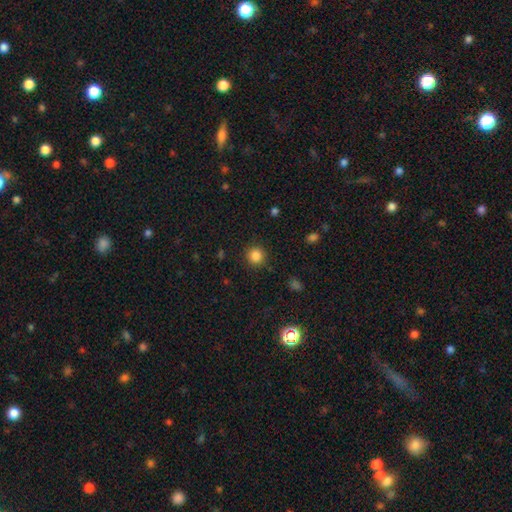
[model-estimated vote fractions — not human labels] Smooth or featured? Predicted: smooth (p=0.85). How rounded? Predicted: round (p=0.93). Merging? Predicted: none (p=0.90).